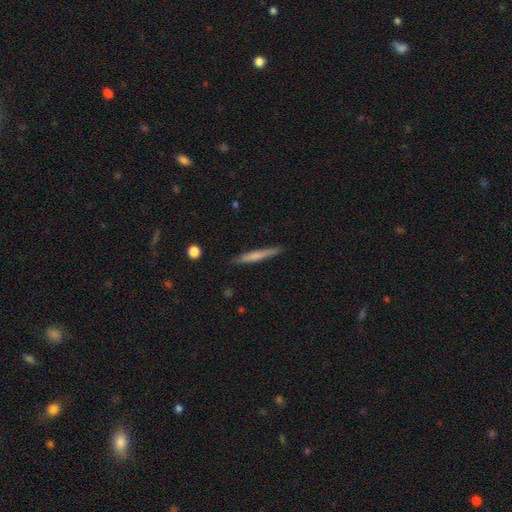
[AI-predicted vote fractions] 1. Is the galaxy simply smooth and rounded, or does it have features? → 62% smooth, 32% featured or disk, 6% star or artifact.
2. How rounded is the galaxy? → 96% cigar-shaped, 3% in between, 1% round.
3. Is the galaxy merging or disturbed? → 89% none, 8% minor disturbance, 2% major disturbance, 1% merger.